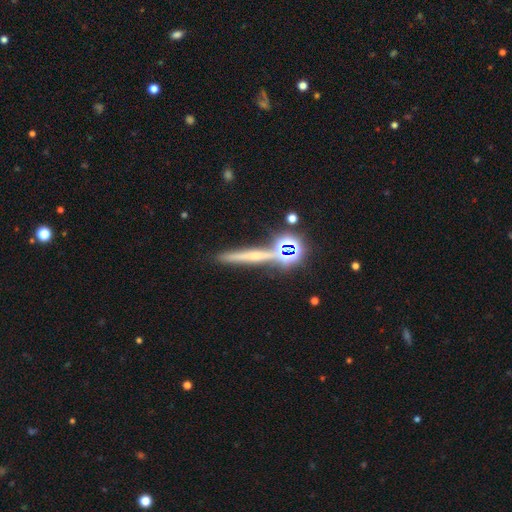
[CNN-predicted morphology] This is marginally a featured or disk galaxy (37%). Merging: likely none (76%).